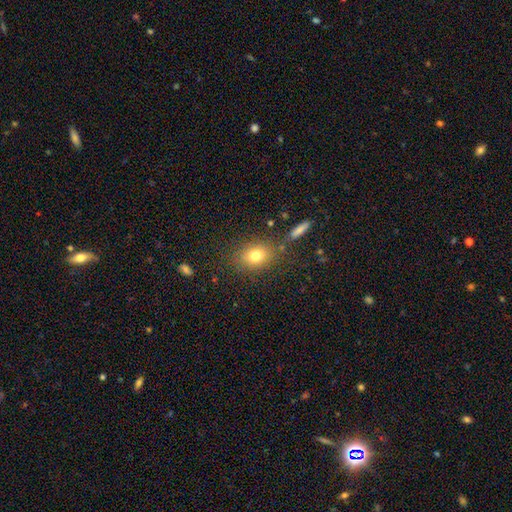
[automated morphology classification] The model was most divided on "how rounded": in between: 60%, round: 38%, cigar-shaped: 2%. More confident: merging — none (78%); smooth or featured — smooth (76%).